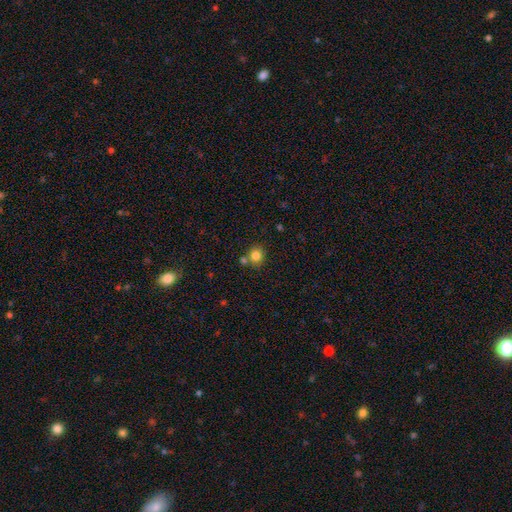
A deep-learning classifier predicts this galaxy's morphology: This is clearly a smooth galaxy (82%). How rounded: clearly round (83%). Merging: likely none (67%).